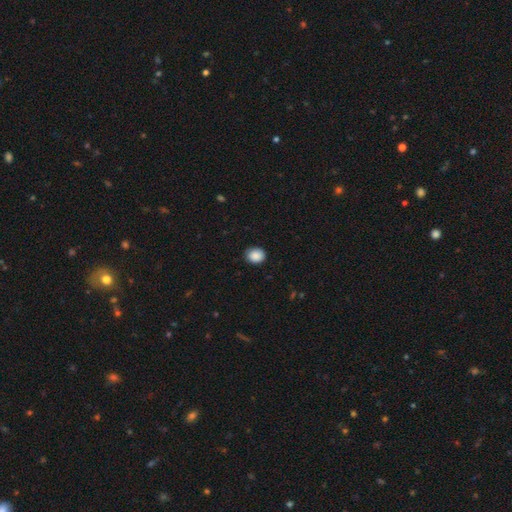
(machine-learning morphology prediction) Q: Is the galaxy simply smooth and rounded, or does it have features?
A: smooth — 89%.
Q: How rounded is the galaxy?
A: round — 62%.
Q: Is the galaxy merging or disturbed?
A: none — 86%.